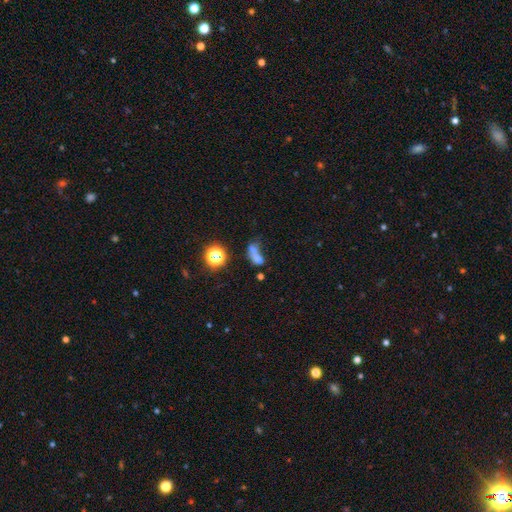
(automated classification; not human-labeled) The model was most divided on "merging": merger: 42%, none: 24%, major disturbance: 21%, minor disturbance: 13%. More confident: how rounded — in between (63%); smooth or featured — smooth (55%).